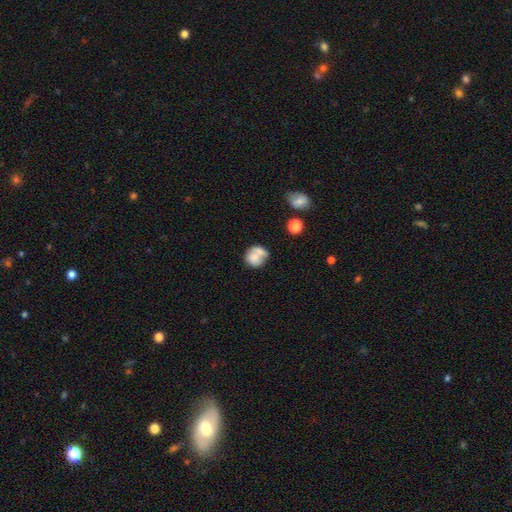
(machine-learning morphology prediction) Smooth or featured: smooth — 65% (featured or disk — 27%)
How rounded: round — 76% (in between — 23%)
Merging: merger — 41% (none — 35%)